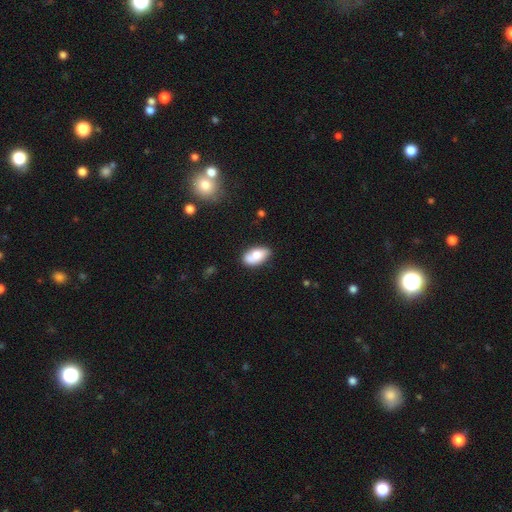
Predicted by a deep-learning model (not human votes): A smooth galaxy with no disk features (71%) that is in between round and cigar-shaped (93%).

Vote fractions:
- Smooth or featured? smooth: 71% / featured or disk: 21% / star or artifact: 8%
- How rounded? in between: 93% / round: 5% / cigar-shaped: 3%
- Merging? none: 63% / minor disturbance: 22% / merger: 10% / major disturbance: 5%